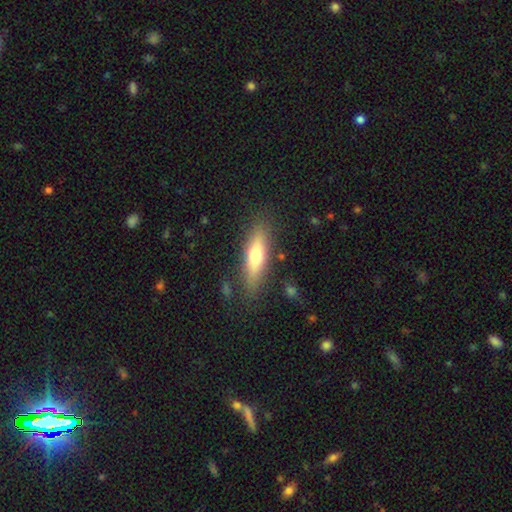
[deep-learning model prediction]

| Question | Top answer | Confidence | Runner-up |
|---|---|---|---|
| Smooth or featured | smooth | 63% | featured or disk (31%) |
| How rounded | cigar-shaped | 65% | in between (33%) |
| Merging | none | 84% | minor disturbance (11%) |